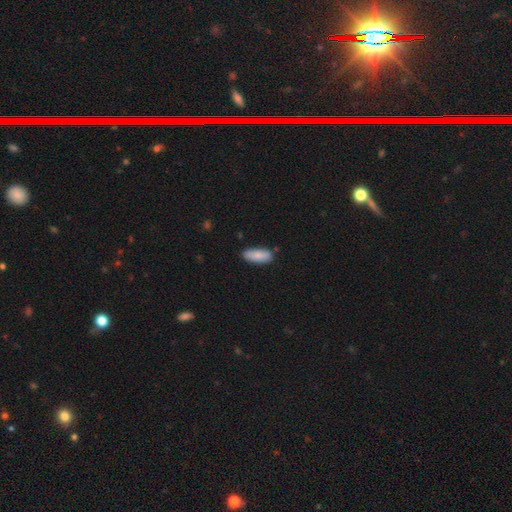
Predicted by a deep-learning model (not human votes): Smooth or featured? smooth (85%)
How rounded? in between (75%)
Merging? none (83%)